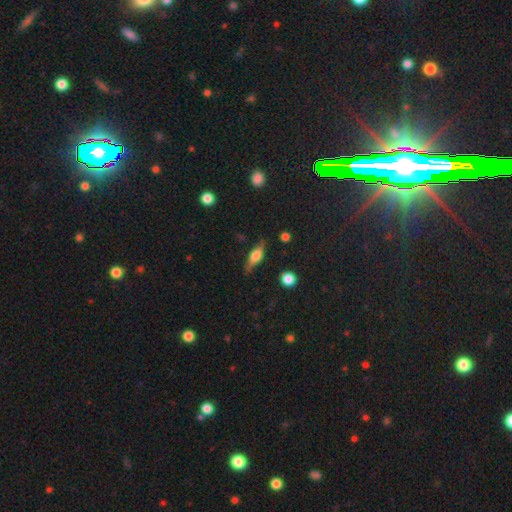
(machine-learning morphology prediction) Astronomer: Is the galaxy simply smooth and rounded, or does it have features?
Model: featured or disk — 49% (runner-up: smooth, 43%).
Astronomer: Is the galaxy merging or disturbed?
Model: none — 77%.